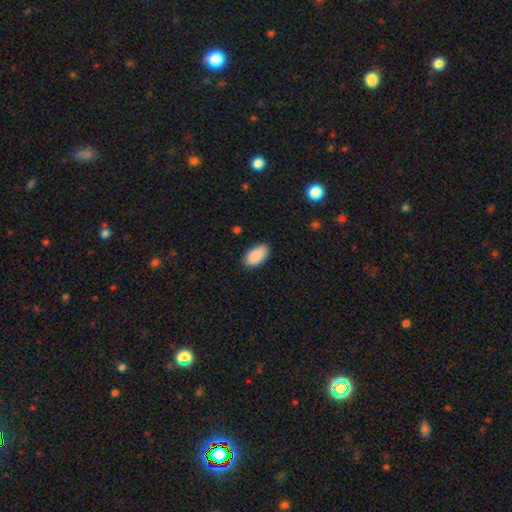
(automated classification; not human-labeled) smooth 90%, star or artifact 6%, featured or disk 3%. Down the decision tree: how rounded — in between (95%); merging — none (86%).